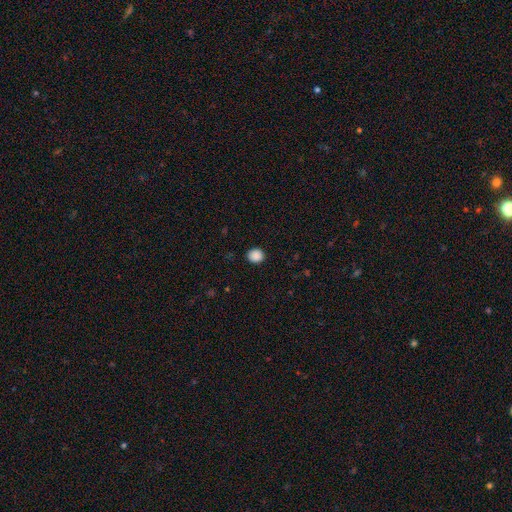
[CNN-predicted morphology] This appears to be a smooth galaxy with no disk features (89%) that is round (75%). Merging: none (91%).